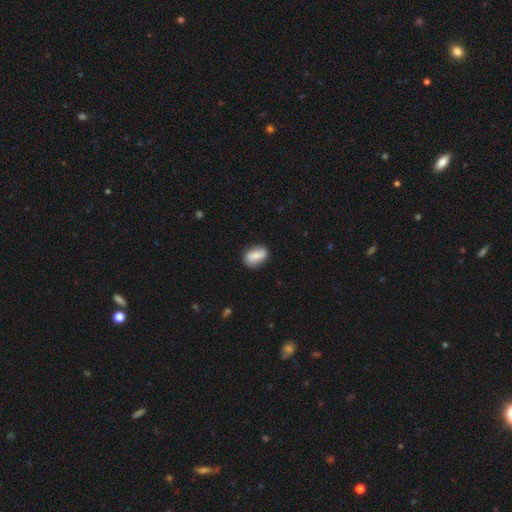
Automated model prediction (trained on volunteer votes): The model was most divided on "smooth or featured": smooth: 70%, featured or disk: 23%, star or artifact: 7%. More confident: how rounded — in between (87%); merging — none (81%).